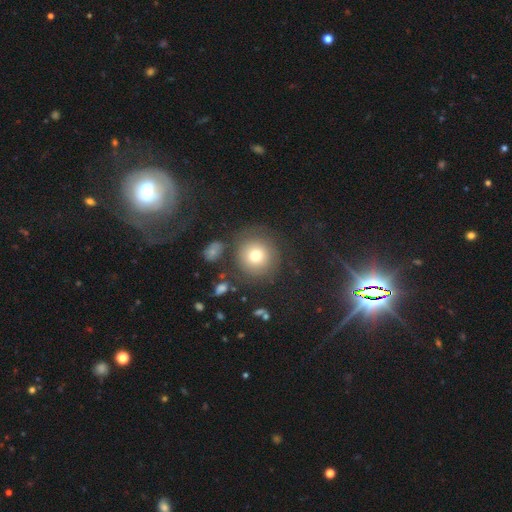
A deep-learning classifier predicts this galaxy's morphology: type=smooth (73%); roundness=round (92%); merging=none (77%).